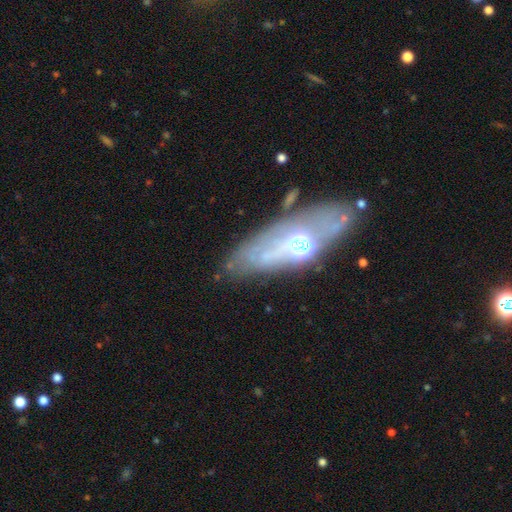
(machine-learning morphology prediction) The model was most divided on "edge-on disk": no: 62%, yes: 38%. More confident: merging — none (70%); smooth or featured — featured or disk (59%).